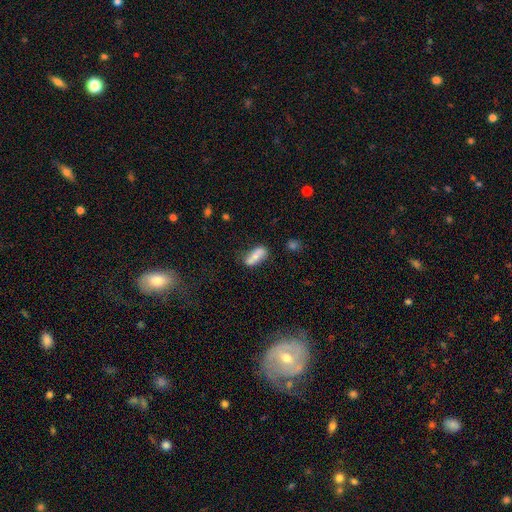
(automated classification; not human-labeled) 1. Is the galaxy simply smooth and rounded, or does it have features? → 65% smooth, 28% featured or disk, 8% star or artifact.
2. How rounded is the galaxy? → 69% in between, 28% cigar-shaped, 4% round.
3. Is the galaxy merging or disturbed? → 56% none, 20% minor disturbance, 17% merger, 7% major disturbance.